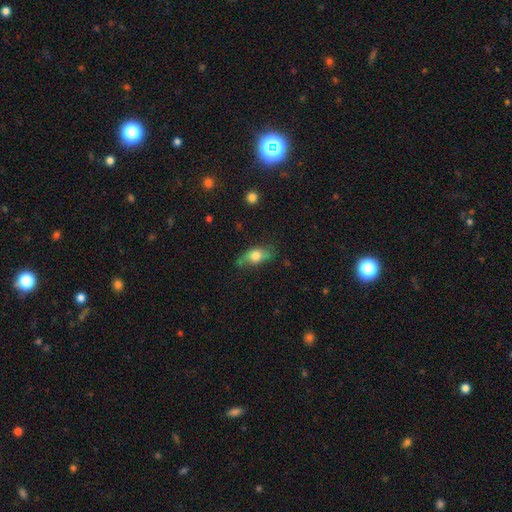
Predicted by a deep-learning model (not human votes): A smooth galaxy with no disk features (72%) that is in between round and cigar-shaped (82%).

Vote fractions:
- Smooth or featured? smooth: 72% / featured or disk: 20% / star or artifact: 8%
- How rounded? in between: 82% / round: 9% / cigar-shaped: 9%
- Merging? none: 65% / minor disturbance: 26% / major disturbance: 7% / merger: 2%